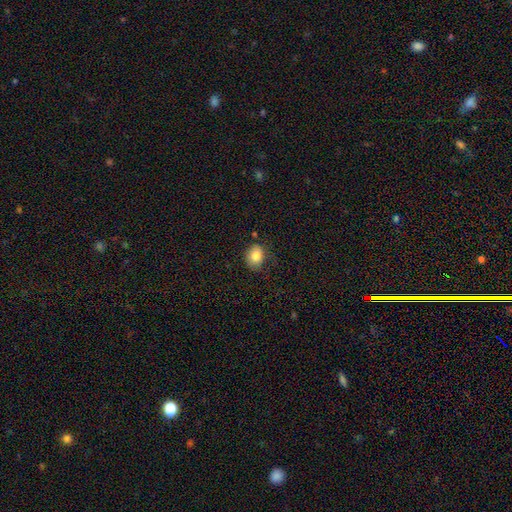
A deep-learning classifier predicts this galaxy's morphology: Overall: smooth (84%). How rounded: in between (56%; round 43%). Merging: none (74%).